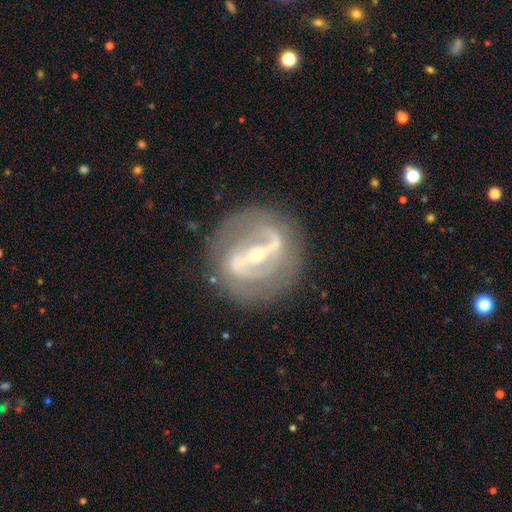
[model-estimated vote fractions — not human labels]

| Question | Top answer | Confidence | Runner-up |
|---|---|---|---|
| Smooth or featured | featured or disk | 87% | smooth (7%) |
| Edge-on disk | no | 92% | yes (8%) |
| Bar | strong | 77% | weak (16%) |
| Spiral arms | yes | 83% | no (17%) |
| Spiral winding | medium | 43% | tight (32%) |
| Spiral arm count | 2 | 79% | can't tell (10%) |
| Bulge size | small | 66% | moderate (30%) |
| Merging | none | 78% | minor disturbance (13%) |